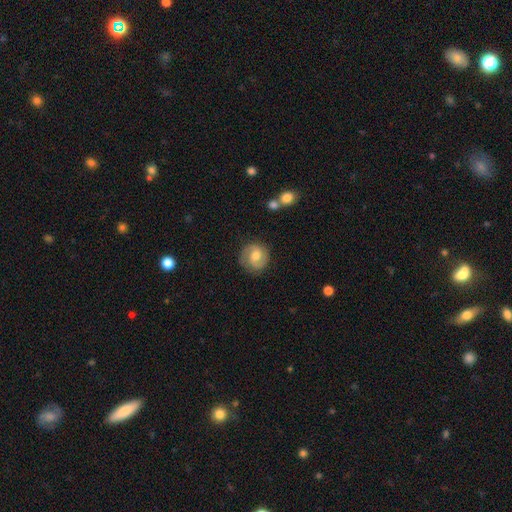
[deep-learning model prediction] featured or disk 68%, smooth 25%, star or artifact 7%. Down the decision tree: edge-on disk — no (98%); bar — weak (46%); spiral arms — yes (92%); spiral arm count — 2 (87%); spiral winding — tight (44%, tied with medium); bulge size — moderate (69%); merging — none (83%).